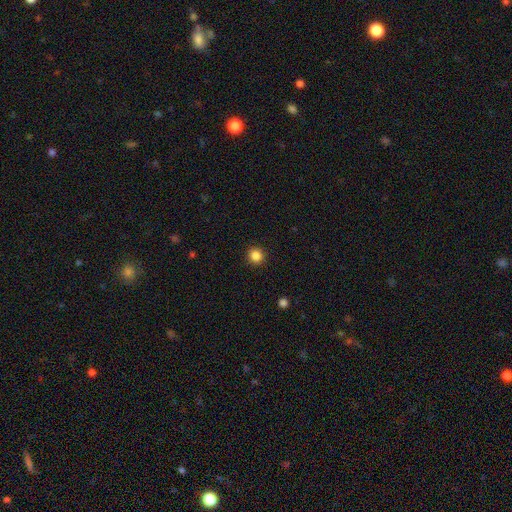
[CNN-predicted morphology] Overall: smooth (85%). How rounded: round (94%). Merging: none (93%).